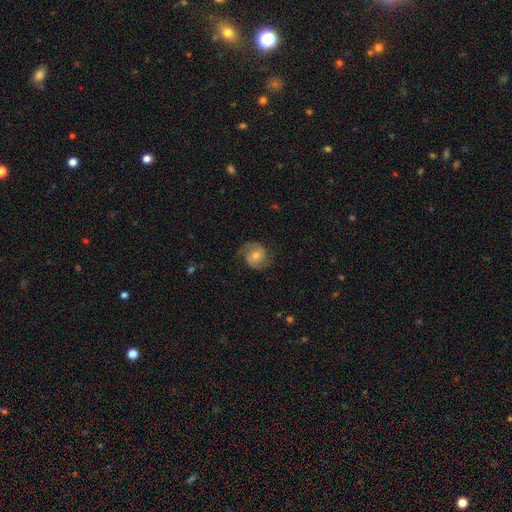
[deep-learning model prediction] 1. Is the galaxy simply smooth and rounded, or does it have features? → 74% featured or disk, 19% smooth, 7% star or artifact.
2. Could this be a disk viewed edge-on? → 98% no, 2% yes.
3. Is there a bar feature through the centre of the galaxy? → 59% no, 33% weak, 8% strong.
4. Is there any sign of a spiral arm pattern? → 95% yes, 5% no.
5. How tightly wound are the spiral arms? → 48% medium, 29% tight, 23% loose.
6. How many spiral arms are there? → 89% 2, 4% can't tell, 3% 1, 1% 3, 1% 4, 1% more than 4.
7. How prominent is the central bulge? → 45% moderate (tied), 45% small (tied), 4% large, 4% none, 1% dominant.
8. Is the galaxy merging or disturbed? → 75% none, 16% minor disturbance, 9% major disturbance, 1% merger.